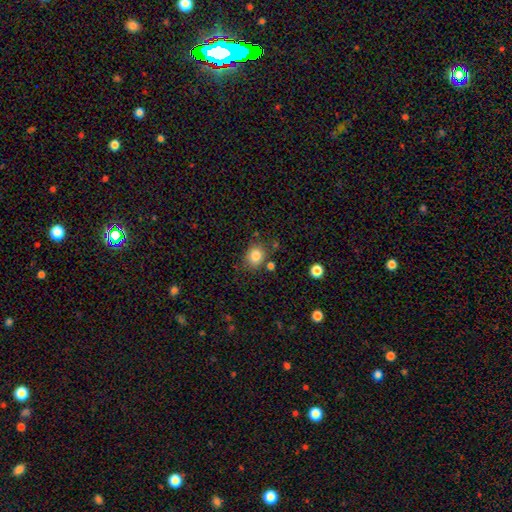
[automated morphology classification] smooth_or_featured: smooth (p=0.84) [alt: star or artifact p=0.10]
how_rounded: round (p=0.58) [alt: in between p=0.41]
merging: none (p=0.75) [alt: minor disturbance p=0.14]